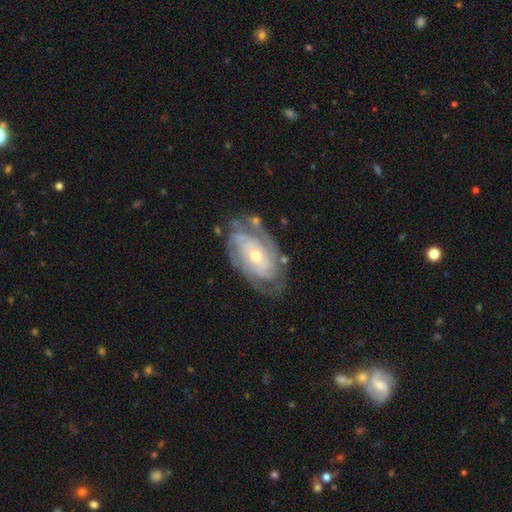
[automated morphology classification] This is clearly a featured or disk galaxy (87%). It is clearly not viewed edge-on (96%). Bar: likely no (72%). Spiral arm pattern: clearly yes (94%). Spiral arm count: marginally 2 (32%). Spiral winding: likely tight (72%). Central bulge: possibly small (49%). Merging: likely none (71%).